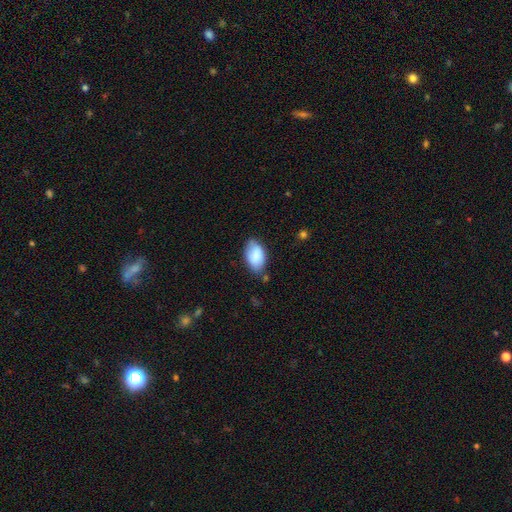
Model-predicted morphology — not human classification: This is clearly a smooth galaxy (85%). How rounded: clearly in between (93%). Merging: likely none (66%).